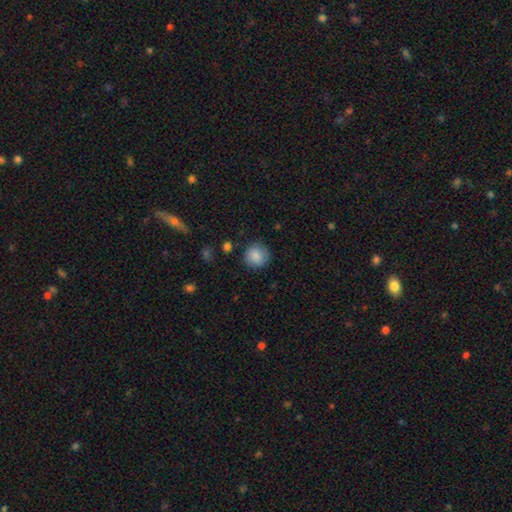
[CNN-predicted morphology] This is clearly a smooth galaxy (87%). How rounded: clearly round (91%). Merging: clearly none (87%).